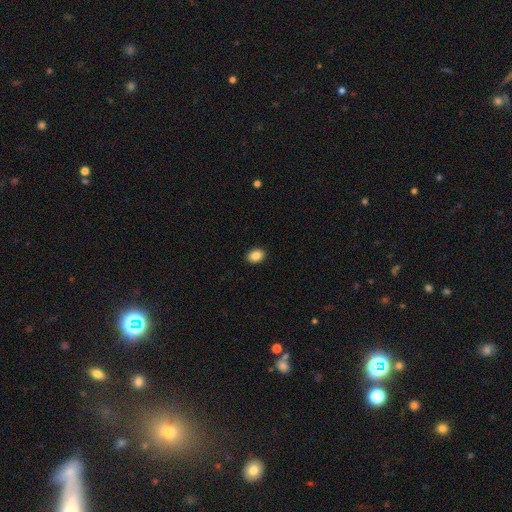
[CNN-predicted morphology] Smooth or featured? Predicted: smooth (p=0.88). How rounded? Predicted: in between (p=0.66). Merging? Predicted: none (p=0.91).